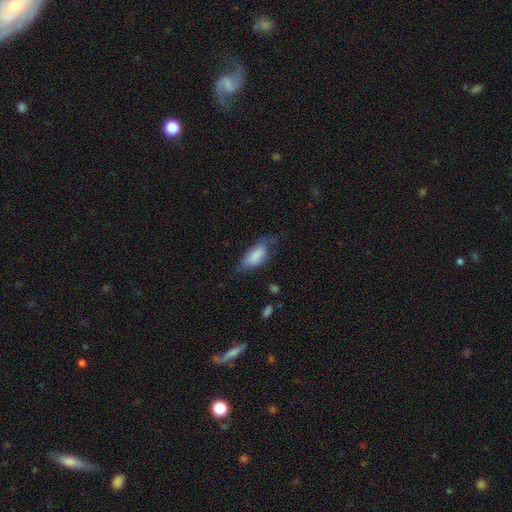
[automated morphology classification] smooth_or_featured: smooth (p=0.81) [alt: featured or disk p=0.13]
how_rounded: in between (p=0.87) [alt: cigar-shaped p=0.11]
merging: none (p=0.51) [alt: minor disturbance p=0.32]